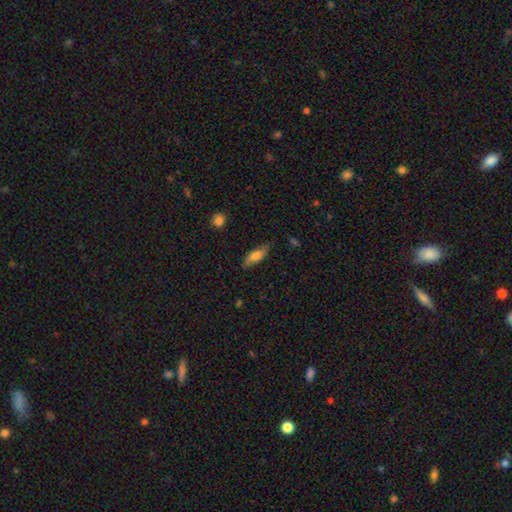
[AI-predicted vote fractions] Overall: smooth (72%). How rounded: in between (59%; cigar-shaped 38%). Merging: none (80%).